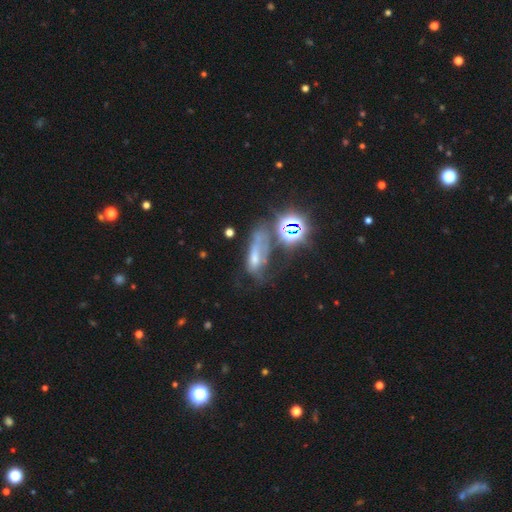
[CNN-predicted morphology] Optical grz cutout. It shows a smooth galaxy with no disk features (36%). Merging: major disturbance (33%).